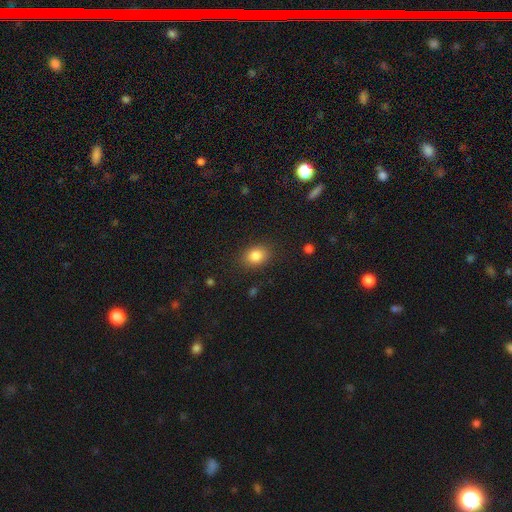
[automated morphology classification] Smooth or featured?
  - smooth: 84% *
  - star or artifact: 10%
  - featured or disk: 6%
How rounded?
  - in between: 61% *
  - round: 38%
  - cigar-shaped: 1%
Merging?
  - none: 86% *
  - minor disturbance: 10%
  - major disturbance: 3%
  - merger: 1%